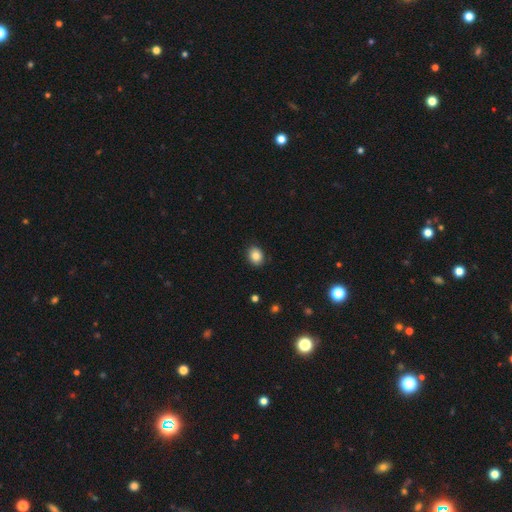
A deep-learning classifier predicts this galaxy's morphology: Smooth or featured?
  - smooth: 86% *
  - star or artifact: 9%
  - featured or disk: 5%
How rounded?
  - in between: 51% *
  - round: 48%
  - cigar-shaped: 1%
Merging?
  - none: 88% *
  - minor disturbance: 9%
  - major disturbance: 2%
  - merger: 1%